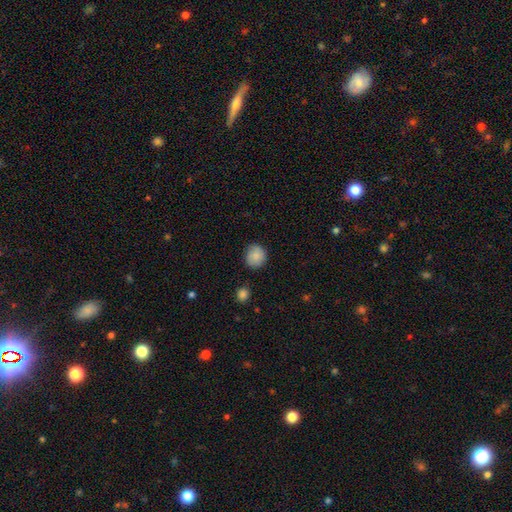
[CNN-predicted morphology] This appears to be a smooth galaxy with no disk features (86%) that is round (84%). Merging: none (82%).